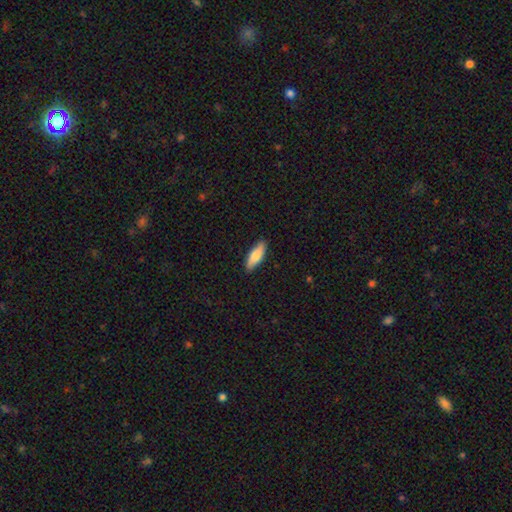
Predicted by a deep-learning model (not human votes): Smooth or featured: smooth — 76% (featured or disk — 18%)
How rounded: in between — 56% (cigar-shaped — 42%)
Merging: none — 87% (minor disturbance — 10%)